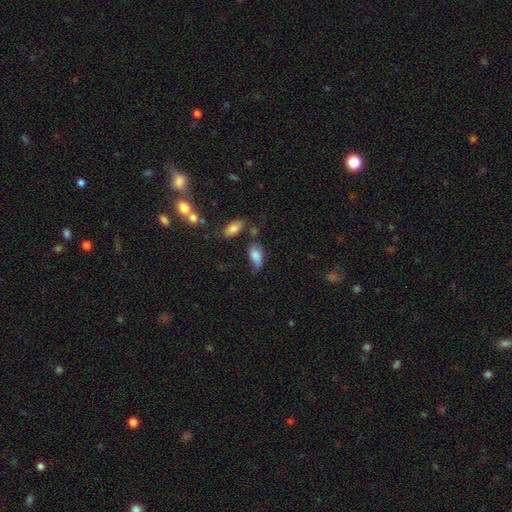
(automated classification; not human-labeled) smooth 80%, featured or disk 13%, star or artifact 8%. Down the decision tree: how rounded — in between (90%); merging — none (44%).